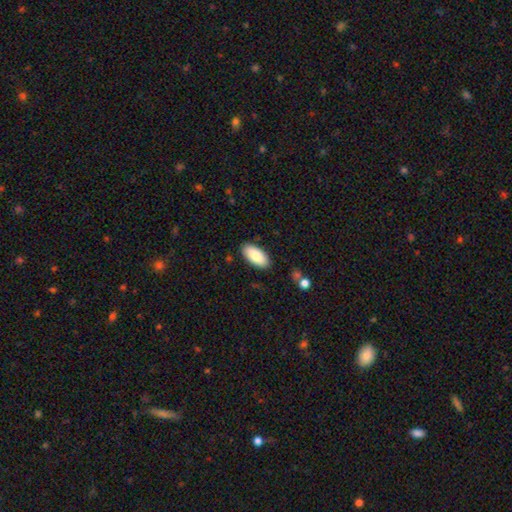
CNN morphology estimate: A smooth galaxy with no disk features (85%) that is in between round and cigar-shaped (92%).

Vote fractions:
- Smooth or featured? smooth: 85% / featured or disk: 9% / star or artifact: 6%
- How rounded? in between: 92% / cigar-shaped: 6% / round: 2%
- Merging? none: 88% / minor disturbance: 9% / major disturbance: 2% / merger: 1%